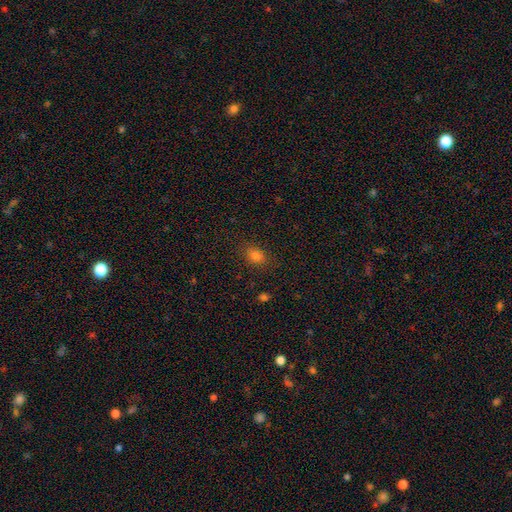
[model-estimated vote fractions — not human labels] smooth_or_featured: smooth (p=0.79) [alt: star or artifact p=0.16]
how_rounded: in between (p=0.64) [alt: round p=0.35]
merging: none (p=0.85) [alt: minor disturbance p=0.11]